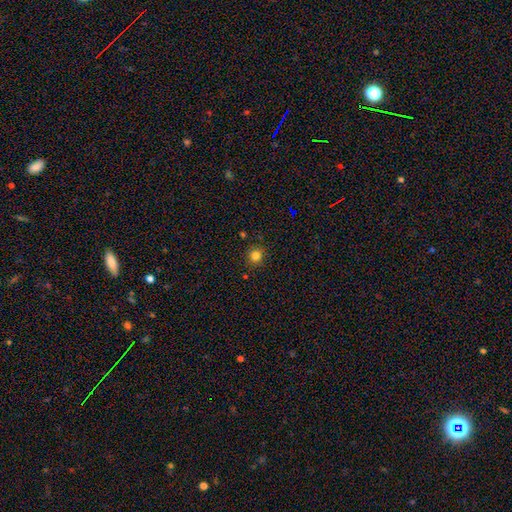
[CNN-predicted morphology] This is clearly a smooth galaxy (81%). How rounded: clearly round (92%). Merging: clearly none (89%).